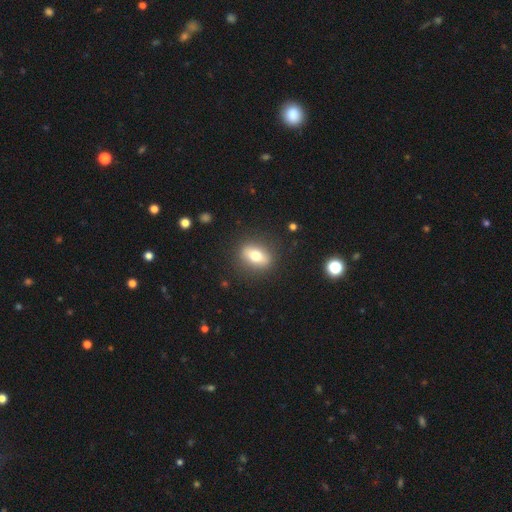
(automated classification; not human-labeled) smooth-or-featured: smooth: 66% | featured or disk: 26% | star or artifact: 8%
  how-rounded: in between: 69% | round: 24% | cigar-shaped: 7%
  merging: none: 86% | minor disturbance: 10% | major disturbance: 3% | merger: 1%